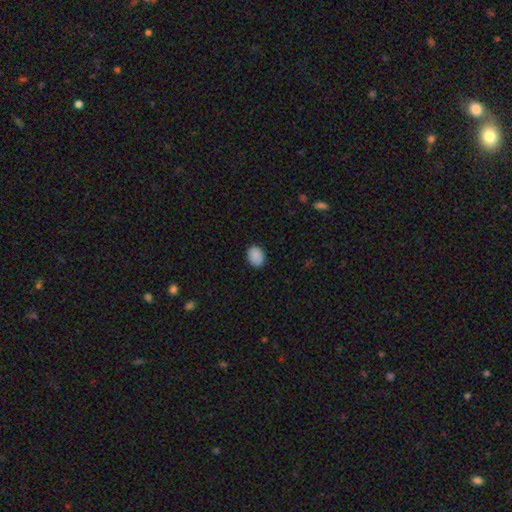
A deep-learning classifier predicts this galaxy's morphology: This appears to be a smooth galaxy with no disk features (89%) that is in between round and cigar-shaped (66%). Merging: none (86%).